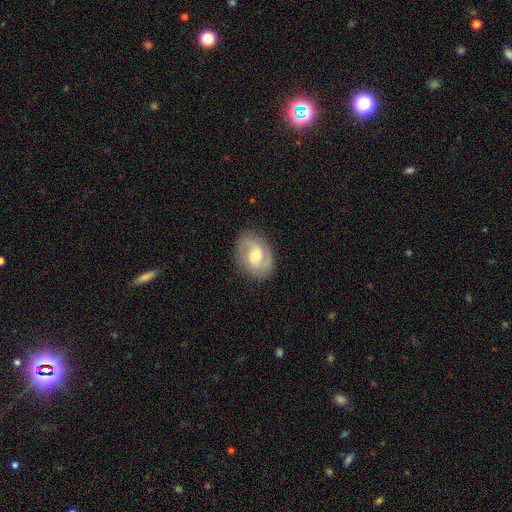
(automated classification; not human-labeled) Morphology: type=featured or disk (76%); edge-on=no (97%); bar=weak (47%); spiral arms=yes (93%); winding=medium (50%); arm count=2 (86%); bulge=moderate (61%); merging=none (83%).